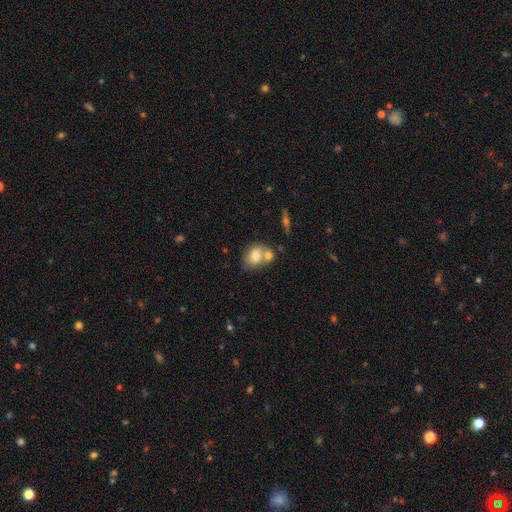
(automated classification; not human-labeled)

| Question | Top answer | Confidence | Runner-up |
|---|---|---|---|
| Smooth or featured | smooth | 75% | featured or disk (17%) |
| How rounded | in between | 59% | round (40%) |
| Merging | merger | 45% | none (37%) |